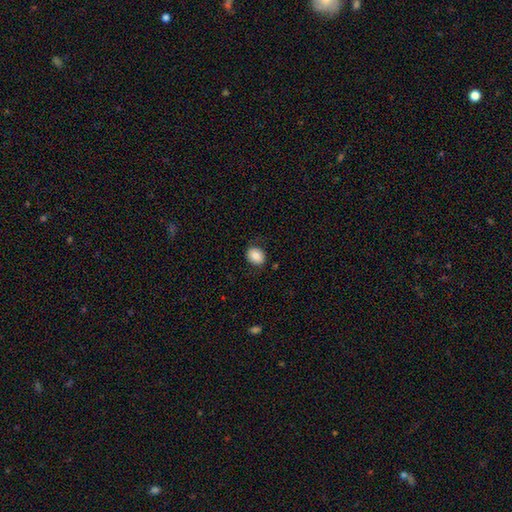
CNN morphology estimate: type=smooth (82%); roundness=in between (52%); merging=none (83%).